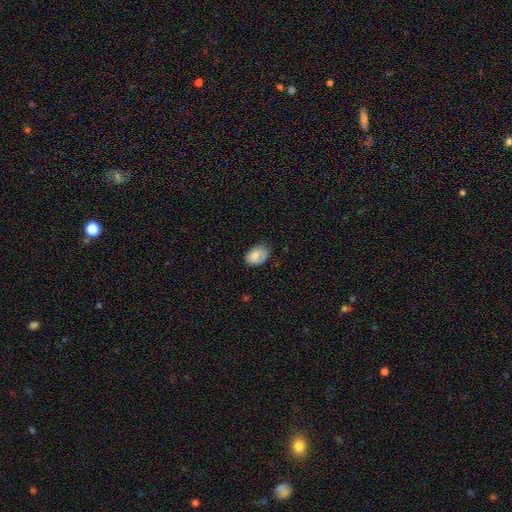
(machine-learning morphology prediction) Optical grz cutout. It shows a smooth galaxy with no disk features (80%) that is in between round and cigar-shaped (83%). Merging: none (61%).